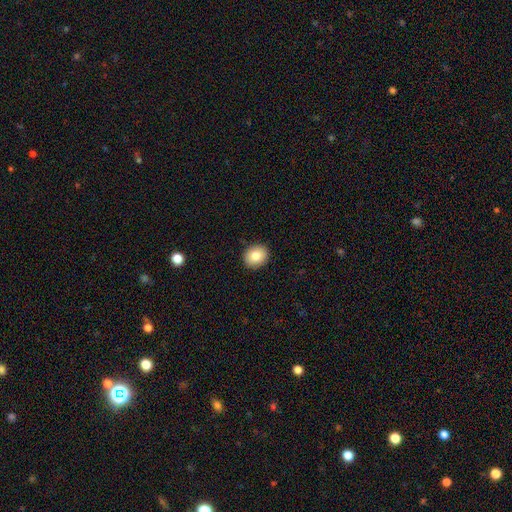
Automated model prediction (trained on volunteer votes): smooth-or-featured: smooth: 83% | featured or disk: 9% | star or artifact: 8%
  how-rounded: round: 61% | in between: 38% | cigar-shaped: 1%
  merging: none: 90% | minor disturbance: 7% | major disturbance: 2% | merger: 1%